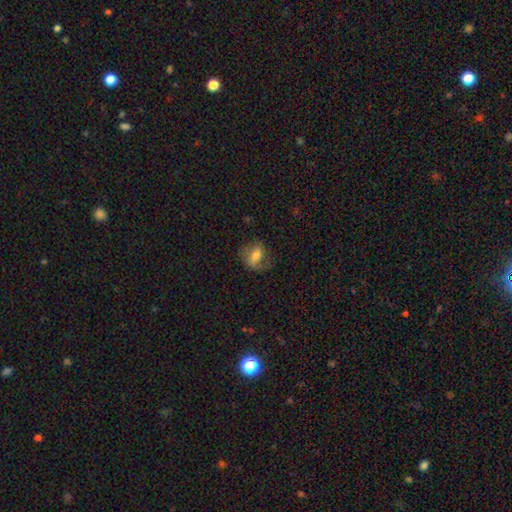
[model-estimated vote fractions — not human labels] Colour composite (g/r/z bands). It shows a smooth galaxy with no disk features (48%). Merging: none (62%).